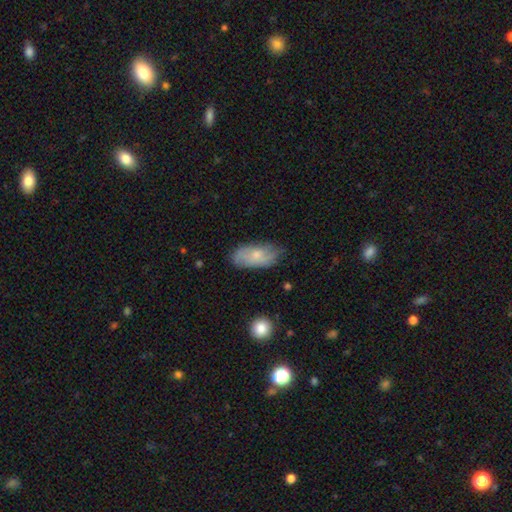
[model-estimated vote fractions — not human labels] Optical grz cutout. It shows a smooth galaxy with no disk features (57%) that is in between round and cigar-shaped (91%). Merging: none (66%).